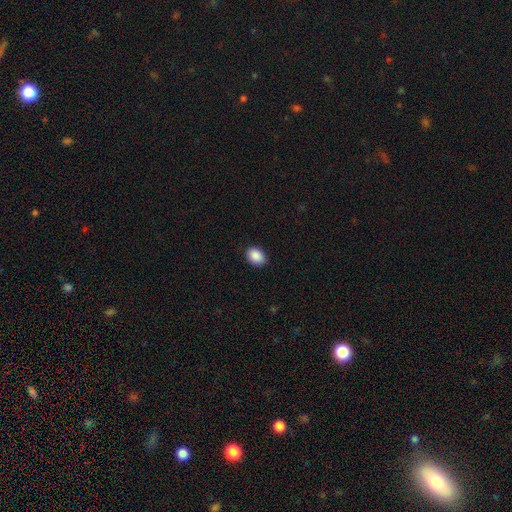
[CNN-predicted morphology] Smooth or featured? smooth (90%)
How rounded? in between (74%)
Merging? none (88%)